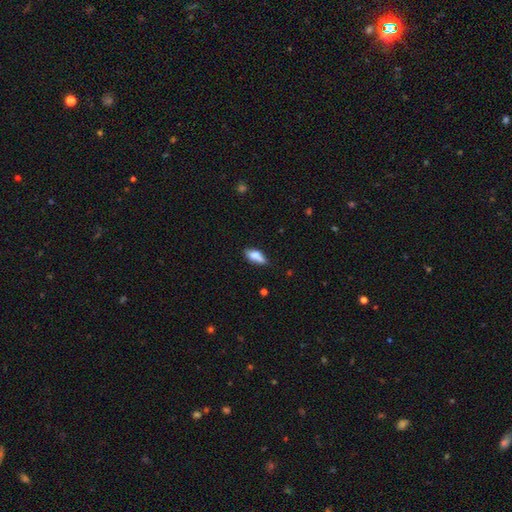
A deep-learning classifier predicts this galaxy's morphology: Smooth or featured: smooth — 71% (featured or disk — 21%)
How rounded: in between — 74% (cigar-shaped — 23%)
Merging: none — 55% (minor disturbance — 28%)